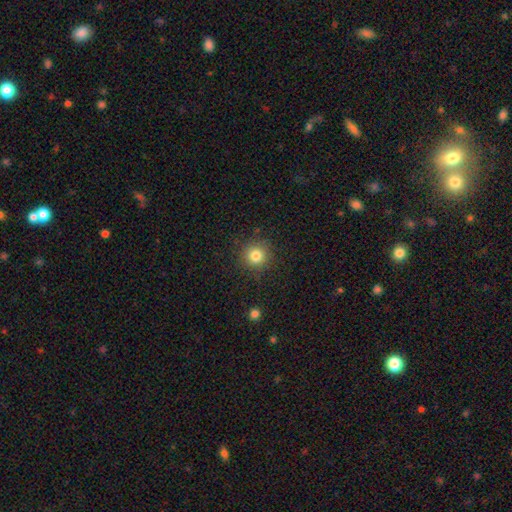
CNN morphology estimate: Q: Smooth or featured?
A: smooth (81%); runner-up: star or artifact (12%)
Q: How rounded?
A: round (94%); runner-up: in between (5%)
Q: Merging?
A: none (89%); runner-up: minor disturbance (7%)